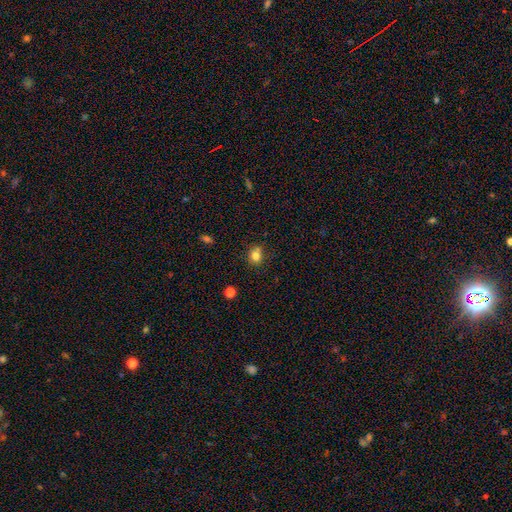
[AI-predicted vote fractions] Morphology: type=smooth (79%); roundness=round (71%); merging=none (65%).